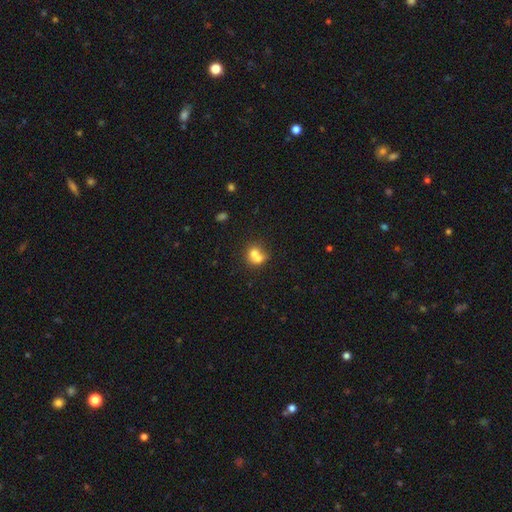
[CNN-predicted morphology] A smooth galaxy with no disk features (67%) that is round (72%).

Vote fractions:
- Smooth or featured? smooth: 67% / featured or disk: 22% / star or artifact: 11%
- How rounded? round: 72% / in between: 27% / cigar-shaped: 1%
- Merging? merger: 65% / none: 25% / minor disturbance: 6% / major disturbance: 3%